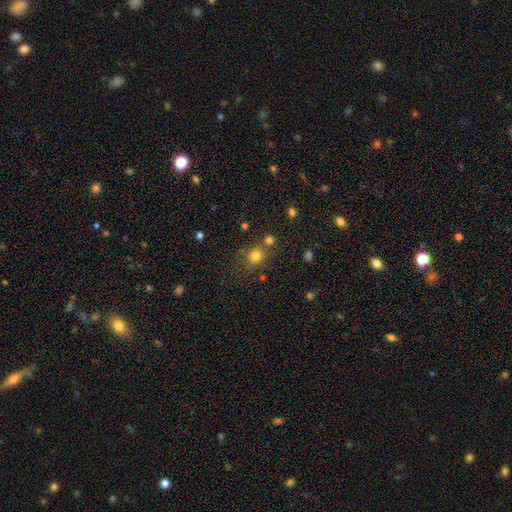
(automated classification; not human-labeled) Smooth or featured? Predicted: smooth (p=0.77). How rounded? Predicted: round (p=0.78). Merging? Predicted: none (p=0.68).